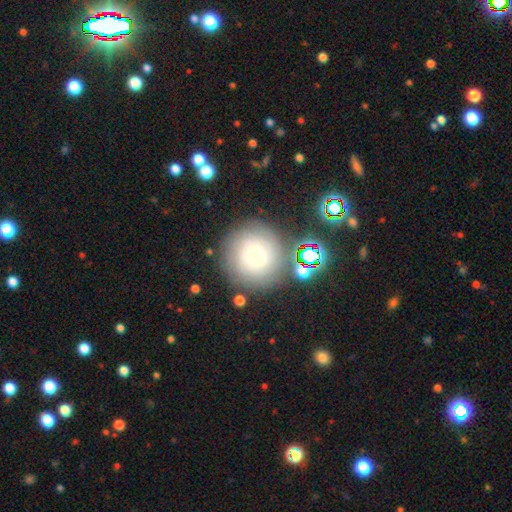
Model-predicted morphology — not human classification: smooth-or-featured: smooth: 47% | featured or disk: 34% | star or artifact: 19%
  merging: none: 81% | minor disturbance: 10% | merger: 5% | major disturbance: 4%